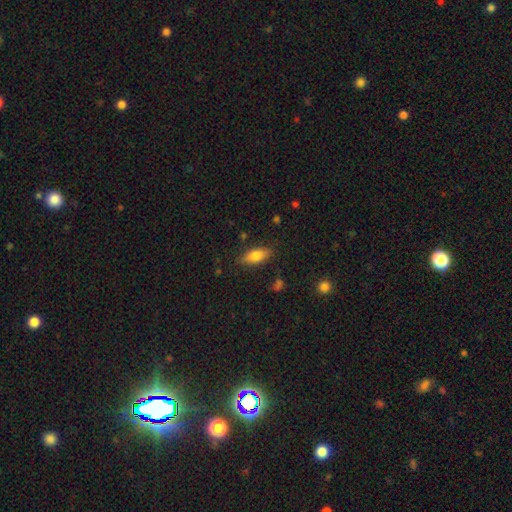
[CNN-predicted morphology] smooth_or_featured: smooth (p=0.77) [alt: featured or disk p=0.16]
how_rounded: in between (p=0.78) [alt: cigar-shaped p=0.20]
merging: none (p=0.82) [alt: minor disturbance p=0.13]